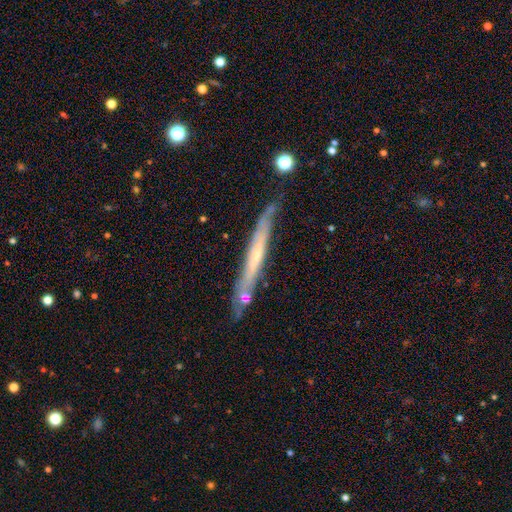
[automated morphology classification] This appears to be a featured or disk galaxy (63%) viewed edge-on (89%) with no central bulge (71%). Merging: none (72%).